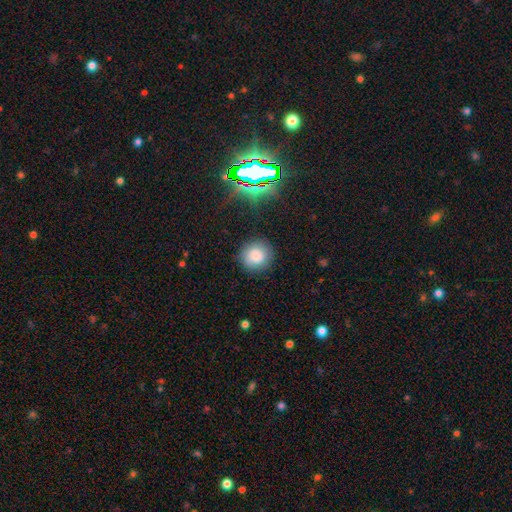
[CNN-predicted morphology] smooth-or-featured: smooth: 82% | star or artifact: 11% | featured or disk: 6%
  how-rounded: round: 90% | in between: 9% | cigar-shaped: 1%
  merging: none: 86% | minor disturbance: 9% | major disturbance: 3% | merger: 1%